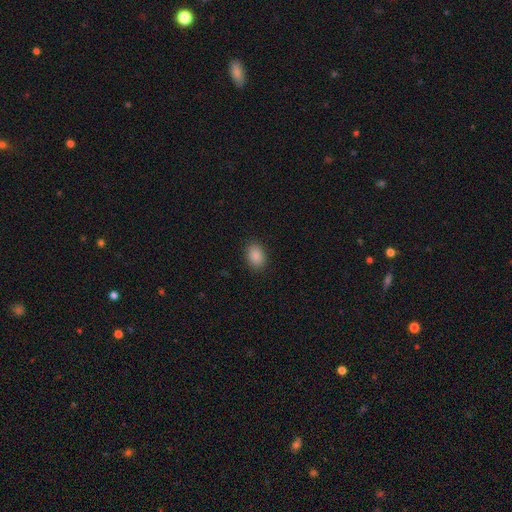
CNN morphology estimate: This is clearly a smooth galaxy (88%). How rounded: likely in between (77%). Merging: clearly none (89%).